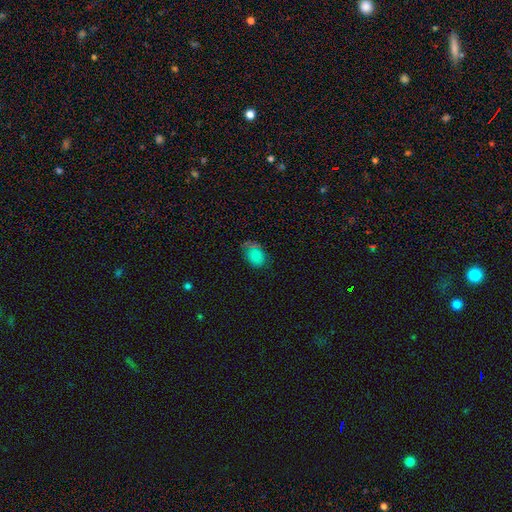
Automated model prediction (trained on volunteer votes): The model was most divided on "merging": none: 57%, minor disturbance: 29%, major disturbance: 11%, merger: 4%. More confident: how rounded — in between (77%); smooth or featured — smooth (76%).